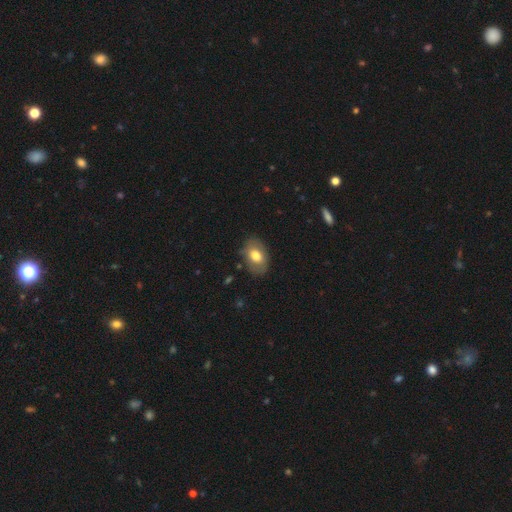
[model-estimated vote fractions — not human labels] Smooth or featured? Predicted: smooth (p=0.69). How rounded? Predicted: in between (p=0.83). Merging? Predicted: none (p=0.77).